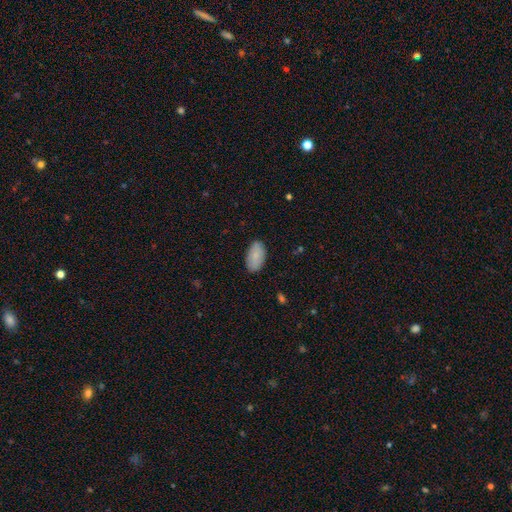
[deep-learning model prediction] smooth-or-featured: smooth: 85% | featured or disk: 9% | star or artifact: 6%
  how-rounded: in between: 95% | round: 4% | cigar-shaped: 2%
  merging: none: 84% | minor disturbance: 12% | major disturbance: 2% | merger: 1%